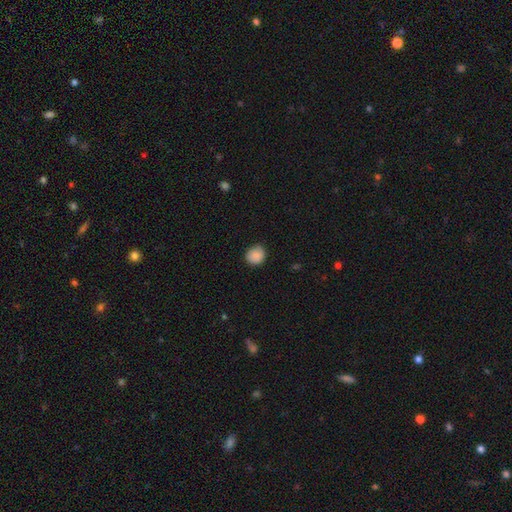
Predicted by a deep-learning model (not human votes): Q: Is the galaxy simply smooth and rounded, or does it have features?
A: smooth — 87%.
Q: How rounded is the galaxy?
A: round — 84%.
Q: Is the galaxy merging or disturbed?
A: none — 81%.